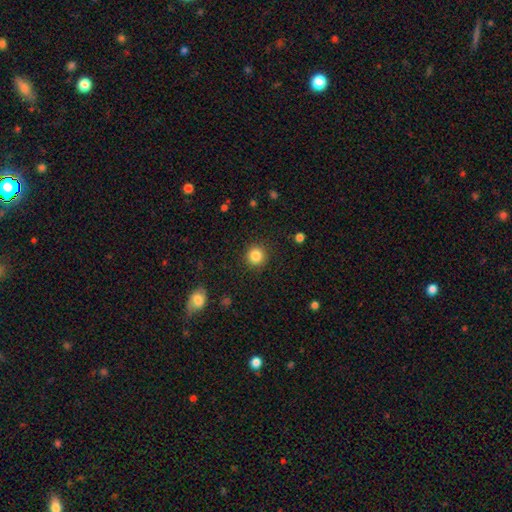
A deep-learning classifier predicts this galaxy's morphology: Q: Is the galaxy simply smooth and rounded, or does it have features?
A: smooth — 85%.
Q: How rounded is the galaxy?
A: round — 94%.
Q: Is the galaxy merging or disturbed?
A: none — 91%.